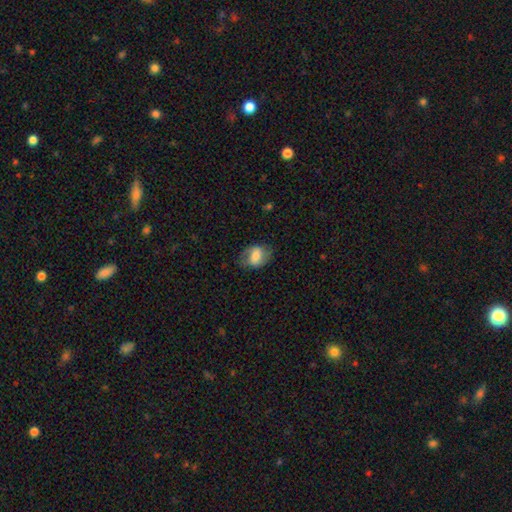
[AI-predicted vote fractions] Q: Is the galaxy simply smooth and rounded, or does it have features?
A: smooth — 58%.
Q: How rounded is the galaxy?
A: in between — 77%.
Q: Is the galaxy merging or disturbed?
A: none — 70%.